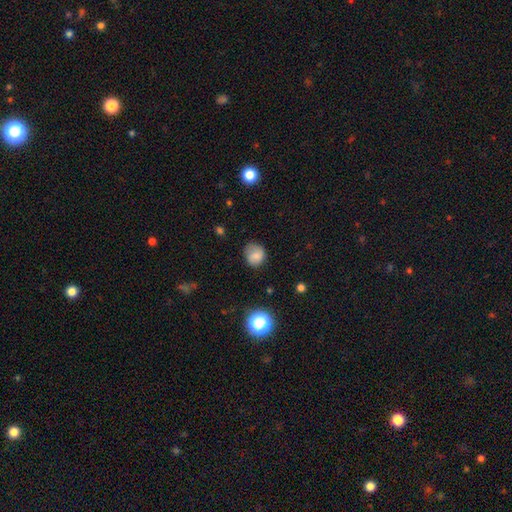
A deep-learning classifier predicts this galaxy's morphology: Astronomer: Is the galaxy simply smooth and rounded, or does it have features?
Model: smooth — 78%.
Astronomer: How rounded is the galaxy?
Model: round — 74%.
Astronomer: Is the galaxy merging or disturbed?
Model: none — 64%.